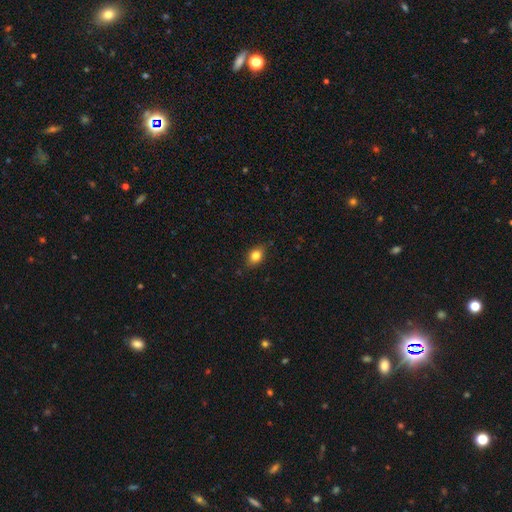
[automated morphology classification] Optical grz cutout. It shows a smooth galaxy with no disk features (82%) that is in between round and cigar-shaped (69%). Merging: none (83%).